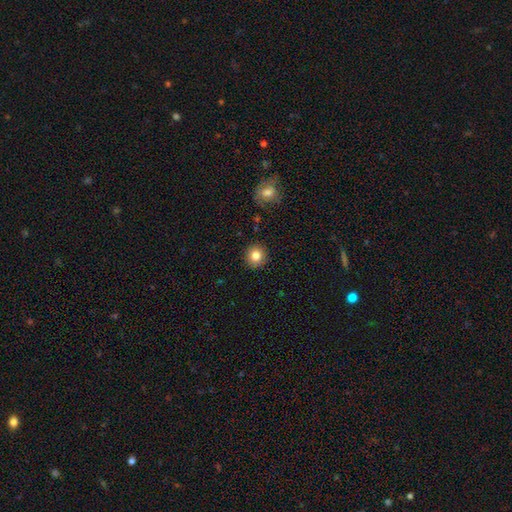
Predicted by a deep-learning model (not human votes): This appears to be a smooth galaxy with no disk features (83%) that is round (90%). Merging: none (91%).